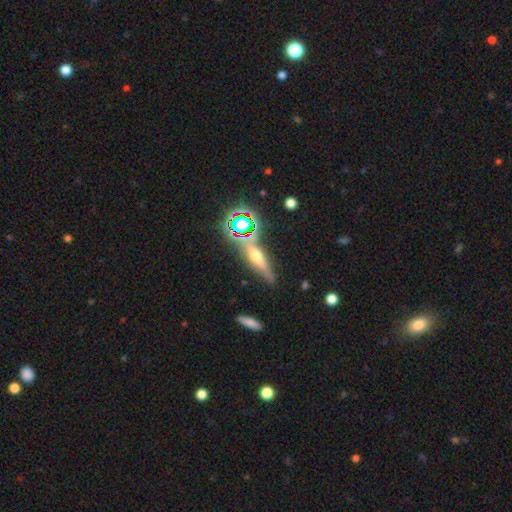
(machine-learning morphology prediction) Smooth or featured? featured or disk (50%)
Merging? none (77%)